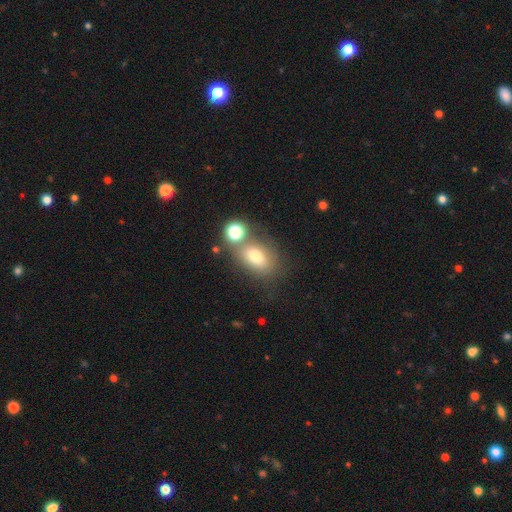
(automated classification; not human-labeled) This is likely a smooth galaxy (72%). How rounded: likely in between (74%). Merging: possibly none (53%).